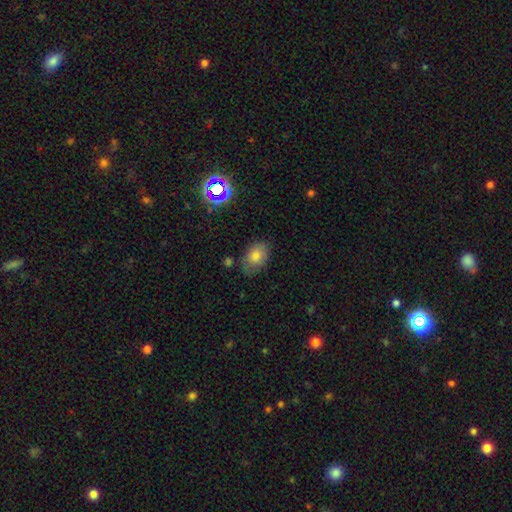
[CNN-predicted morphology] smooth_or_featured: smooth (p=0.76) [alt: featured or disk p=0.13]
how_rounded: in between (p=0.82) [alt: round p=0.17]
merging: none (p=0.70) [alt: minor disturbance p=0.21]